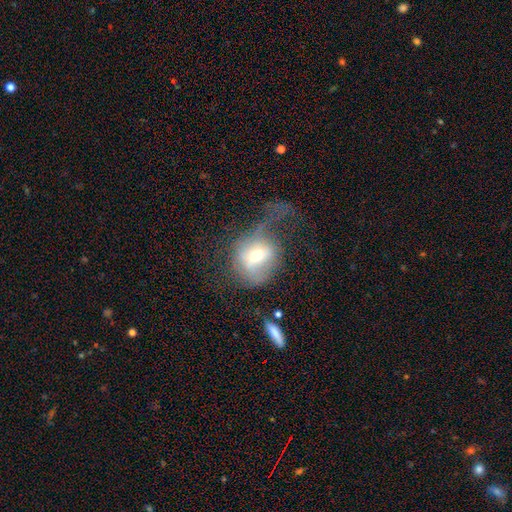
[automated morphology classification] smooth-or-featured: smooth: 49% | featured or disk: 41% | star or artifact: 10%
  merging: major disturbance: 54% | none: 24% | minor disturbance: 18% | merger: 4%